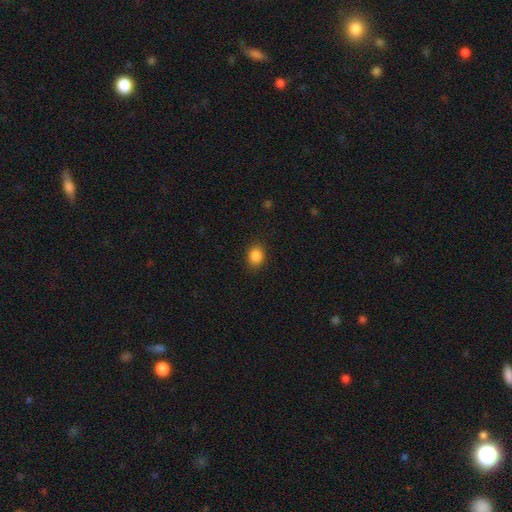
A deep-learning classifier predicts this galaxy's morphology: Smooth or featured? smooth (87%)
How rounded? round (53%)
Merging? none (88%)